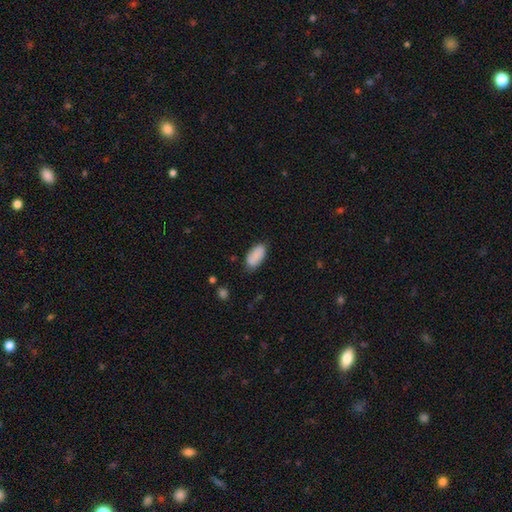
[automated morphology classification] Smooth or featured? Predicted: smooth (p=0.87). How rounded? Predicted: in between (p=0.94). Merging? Predicted: none (p=0.76).